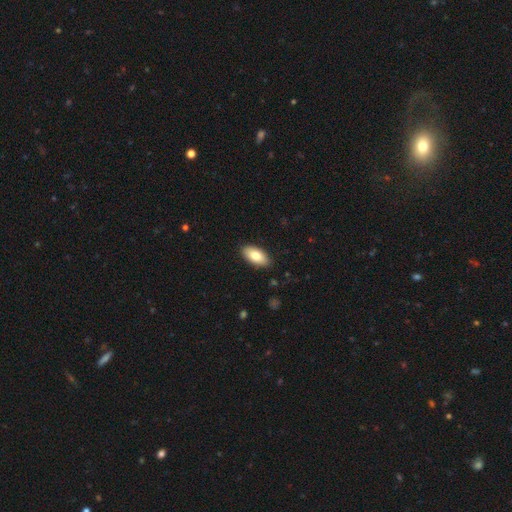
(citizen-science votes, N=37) A smooth galaxy with no disk features (78%) that is in between round and cigar-shaped (93%). Merging: none (85%).